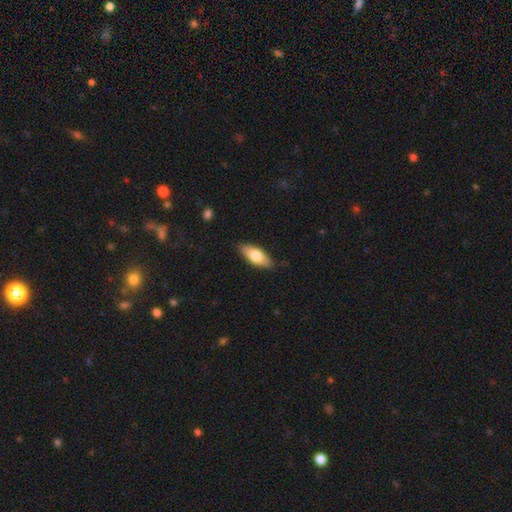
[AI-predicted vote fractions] This appears to be a smooth galaxy with no disk features (71%) that is in between round and cigar-shaped (79%). Merging: none (84%).